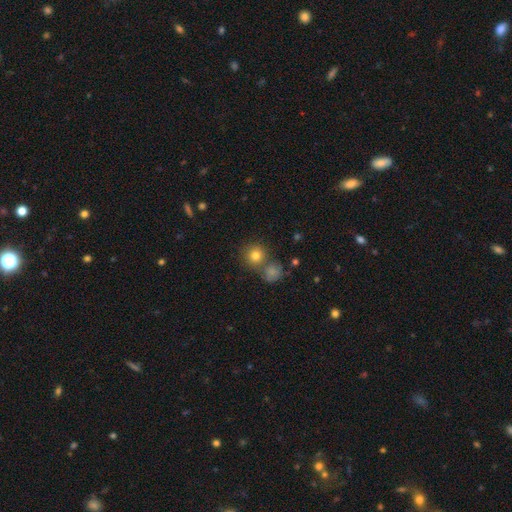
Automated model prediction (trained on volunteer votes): Smooth or featured? Predicted: smooth (p=0.80). How rounded? Predicted: round (p=0.90). Merging? Predicted: none (p=0.66).